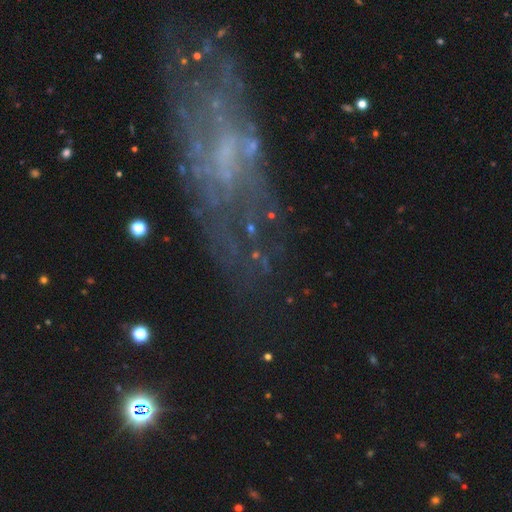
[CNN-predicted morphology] Q: Smooth or featured?
A: featured or disk (52%); runner-up: star or artifact (30%)
Q: Edge-on disk?
A: no (93%); runner-up: yes (7%)
Q: Merging?
A: none (51%); runner-up: major disturbance (26%)